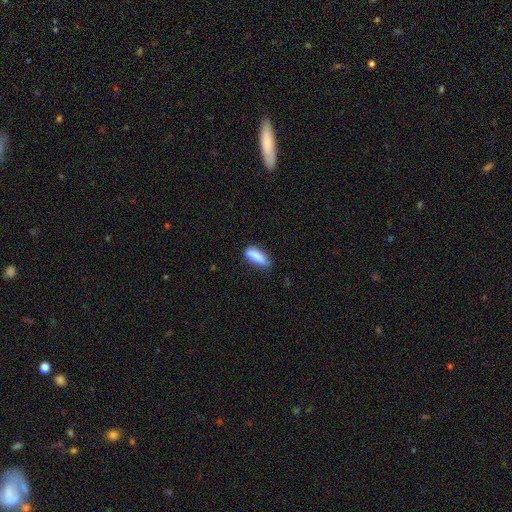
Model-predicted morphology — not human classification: Overall: smooth (84%). How rounded: in between (64%; cigar-shaped 34%). Merging: none (58%; minor disturbance 32%).